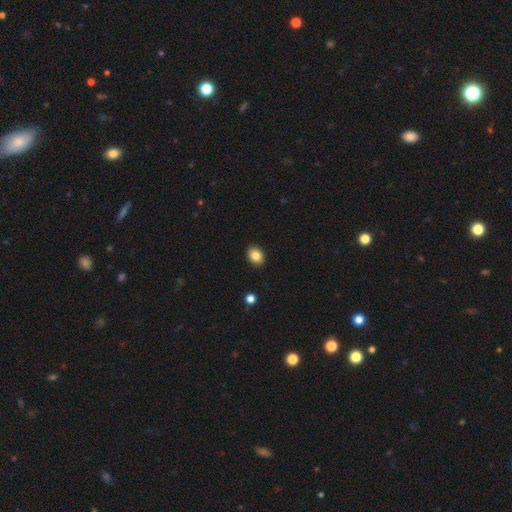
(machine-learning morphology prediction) smooth-or-featured: smooth: 85% | star or artifact: 9% | featured or disk: 6%
  how-rounded: in between: 59% | round: 40% | cigar-shaped: 1%
  merging: none: 90% | minor disturbance: 7% | major disturbance: 2% | merger: 1%